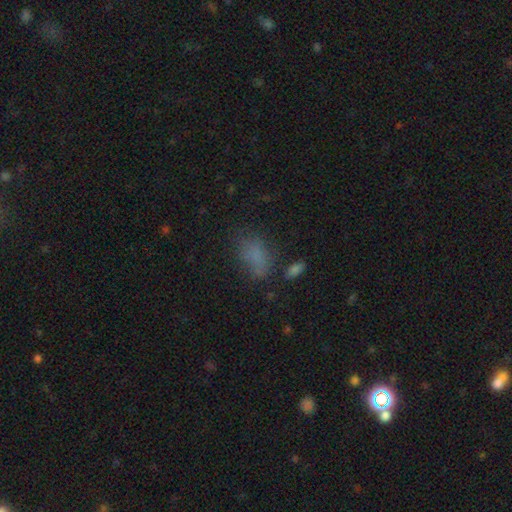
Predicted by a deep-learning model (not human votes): A smooth galaxy with no disk features (70%) that is in between round and cigar-shaped (85%).

Vote fractions:
- Smooth or featured? smooth: 70% / star or artifact: 16% / featured or disk: 14%
- How rounded? in between: 85% / round: 10% / cigar-shaped: 5%
- Merging? none: 48% / minor disturbance: 25% / major disturbance: 18% / merger: 8%